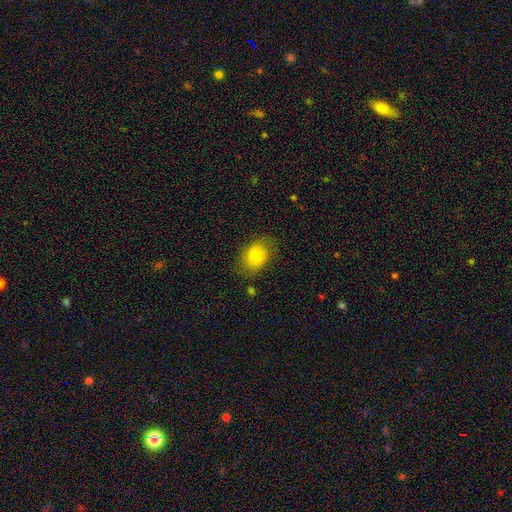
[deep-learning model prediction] Morphology: type=smooth (79%); roundness=in between (75%); merging=none (73%).